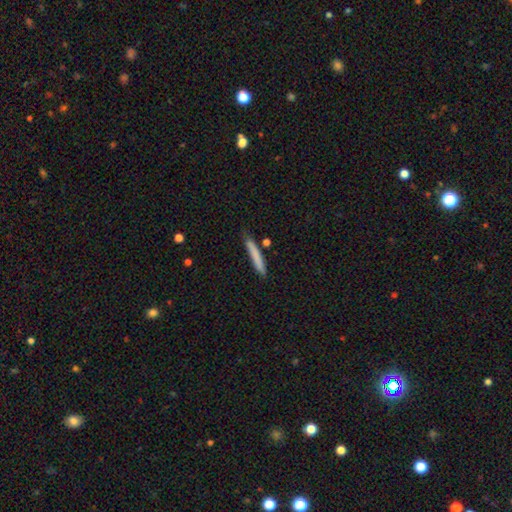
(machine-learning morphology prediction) type=smooth (79%); roundness=cigar-shaped (95%); merging=none (82%).